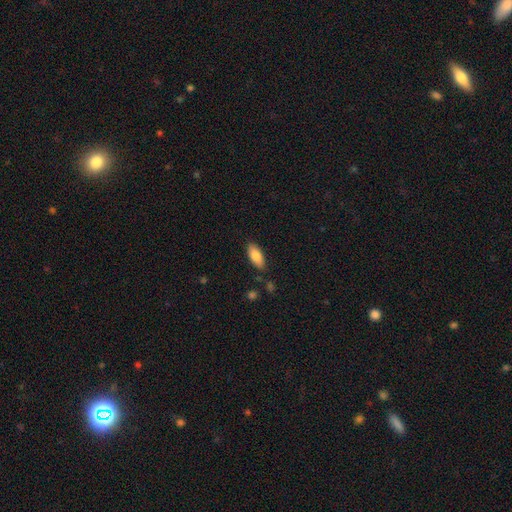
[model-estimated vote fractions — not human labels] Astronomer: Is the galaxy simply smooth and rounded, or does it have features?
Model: smooth — 84%.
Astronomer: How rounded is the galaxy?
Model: in between — 84%.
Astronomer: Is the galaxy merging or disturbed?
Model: none — 84%.